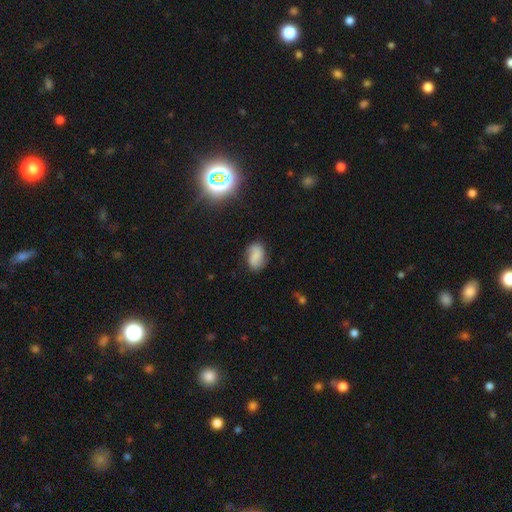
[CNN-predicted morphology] type=smooth (51%); roundness=in between (81%); merging=none (73%).